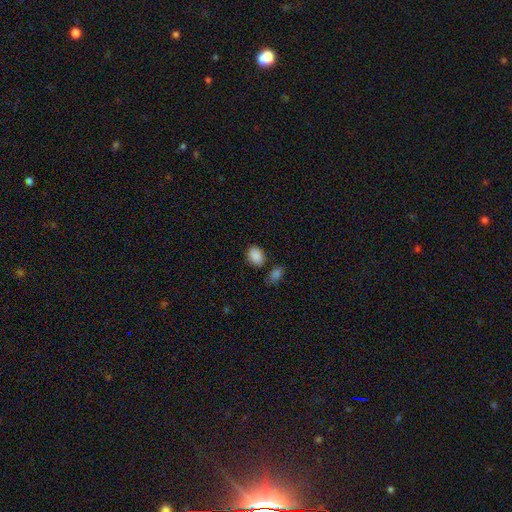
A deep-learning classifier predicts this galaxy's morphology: The model was most divided on "how rounded": in between: 72%, round: 27%, cigar-shaped: 1%. More confident: smooth or featured — smooth (88%); merging — none (75%).